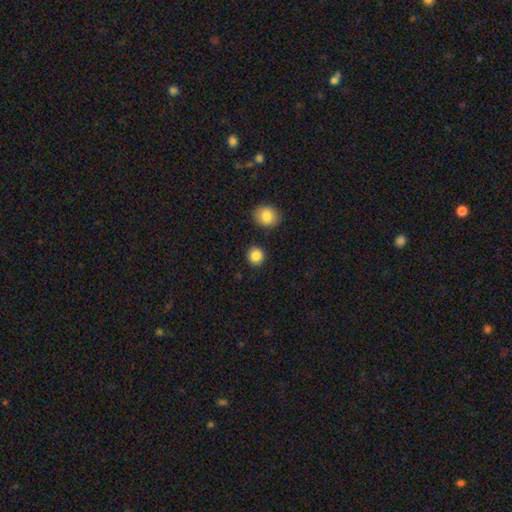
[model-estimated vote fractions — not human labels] Smooth or featured? smooth (87%)
How rounded? round (91%)
Merging? none (89%)